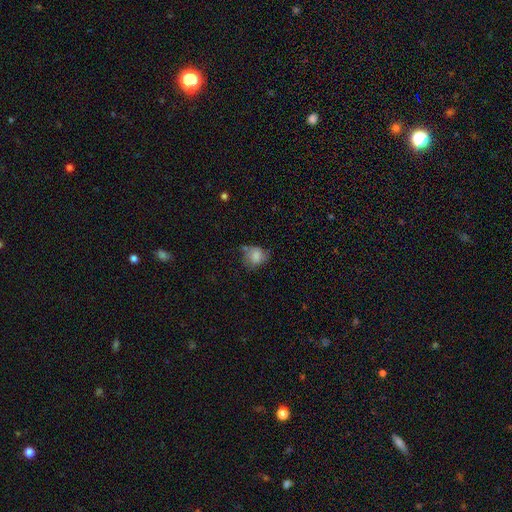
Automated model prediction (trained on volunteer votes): smooth-or-featured: smooth: 75% | featured or disk: 16% | star or artifact: 9%
  how-rounded: round: 65% | in between: 34% | cigar-shaped: 1%
  merging: none: 48% | minor disturbance: 33% | major disturbance: 14% | merger: 5%